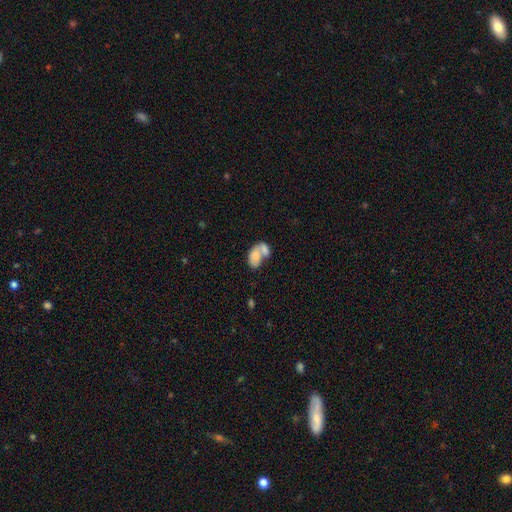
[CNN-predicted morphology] A smooth galaxy with no disk features (72%) that is in between round and cigar-shaped (90%). Merging: merger (69%).